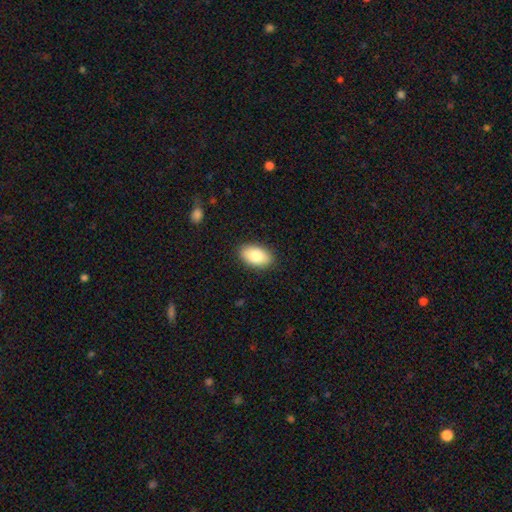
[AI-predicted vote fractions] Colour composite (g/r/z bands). It shows a smooth galaxy with no disk features (82%) that is in between round and cigar-shaped (93%). Merging: none (89%).